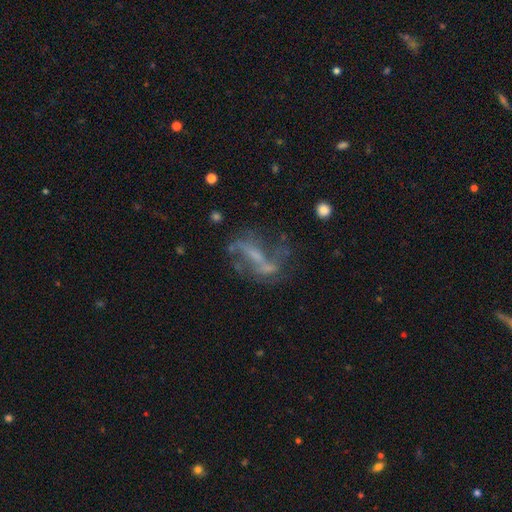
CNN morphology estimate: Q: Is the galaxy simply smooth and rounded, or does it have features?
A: featured or disk — 67%.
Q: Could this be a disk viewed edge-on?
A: no — 89%.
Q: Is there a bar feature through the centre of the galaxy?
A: no — 38%.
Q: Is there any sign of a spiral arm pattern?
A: yes — 55%.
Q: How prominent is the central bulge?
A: none — 42%.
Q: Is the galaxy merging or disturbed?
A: none — 45%.